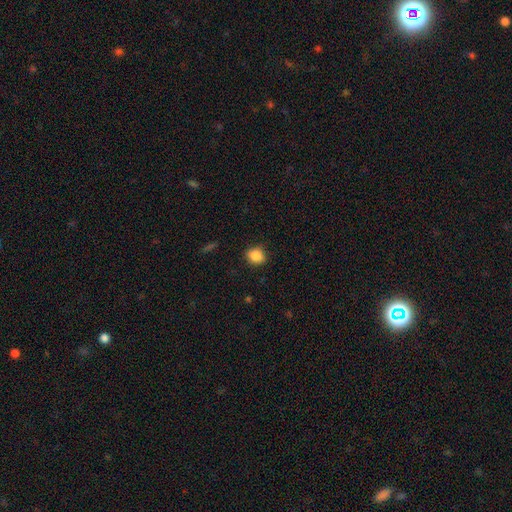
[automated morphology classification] This appears to be a smooth galaxy with no disk features (87%) that is round (63%). Merging: none (84%).